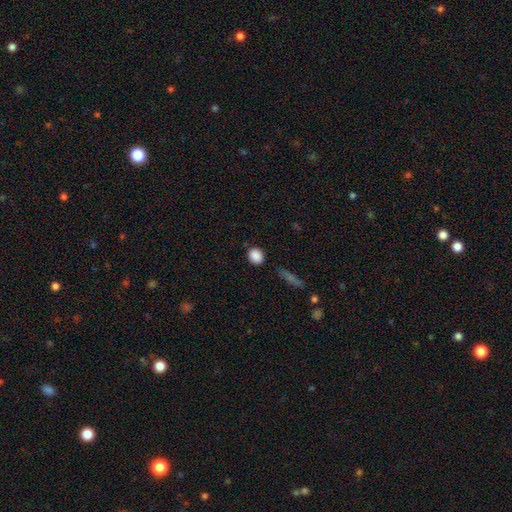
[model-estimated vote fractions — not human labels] Smooth or featured?
  - smooth: 88% *
  - star or artifact: 9%
  - featured or disk: 4%
How rounded?
  - round: 71% *
  - in between: 27%
  - cigar-shaped: 2%
Merging?
  - none: 86% *
  - minor disturbance: 9%
  - major disturbance: 2%
  - merger: 2%